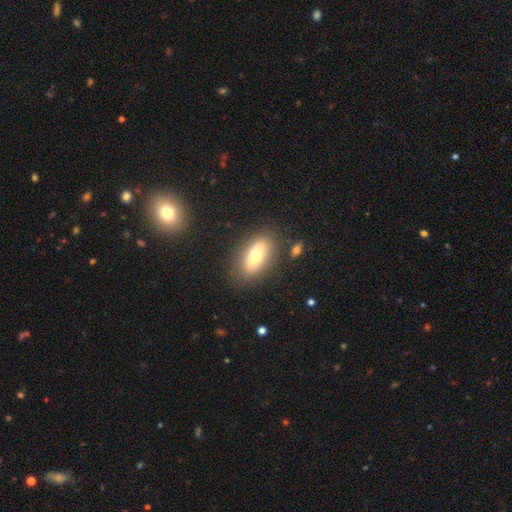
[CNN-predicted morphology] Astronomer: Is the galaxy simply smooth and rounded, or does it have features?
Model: smooth — 67%.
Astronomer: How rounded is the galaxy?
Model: in between — 80%.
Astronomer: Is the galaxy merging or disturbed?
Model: none — 81%.